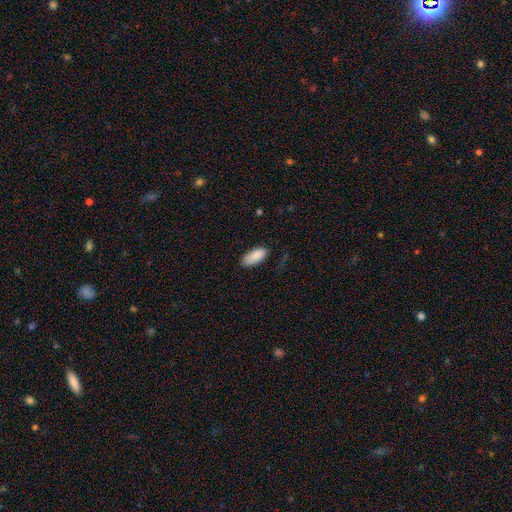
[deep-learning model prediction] This appears to be a smooth galaxy with no disk features (88%) that is in between round and cigar-shaped (89%). Merging: none (74%).